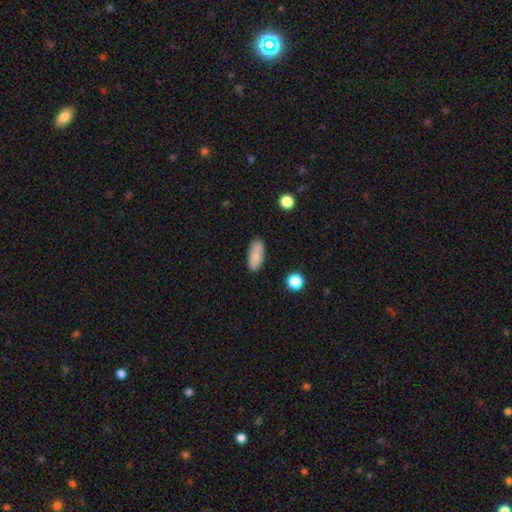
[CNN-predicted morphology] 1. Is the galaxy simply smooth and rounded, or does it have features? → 86% smooth, 7% featured or disk, 7% star or artifact.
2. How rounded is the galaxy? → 81% in between, 16% cigar-shaped, 3% round.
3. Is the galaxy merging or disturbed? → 85% none, 11% minor disturbance, 2% major disturbance, 2% merger.